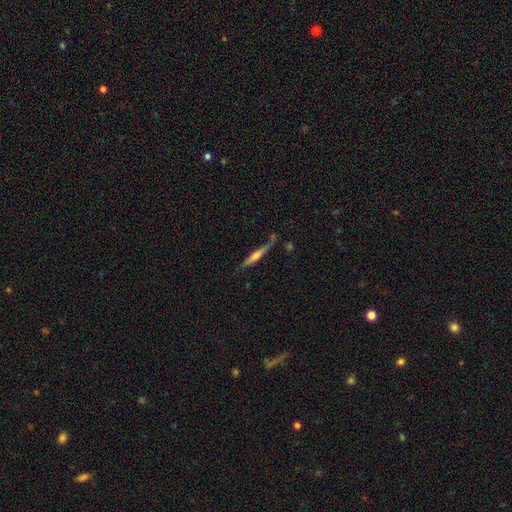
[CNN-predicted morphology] type=featured or disk (53%); edge-on=yes (95%); merging=none (69%).